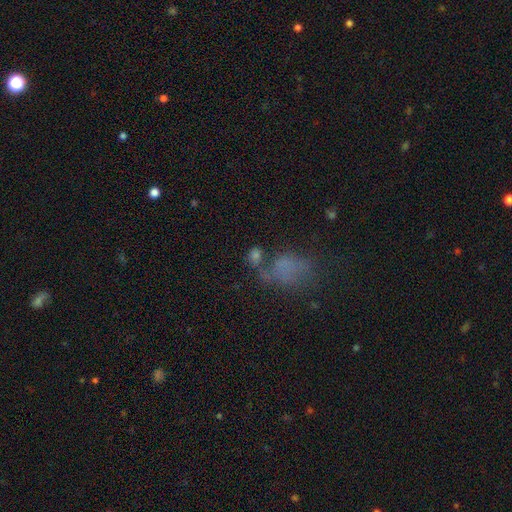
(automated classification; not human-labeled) A smooth galaxy with no disk features (57%) that is in between round and cigar-shaped (63%).

Vote fractions:
- Smooth or featured? smooth: 57% / star or artifact: 25% / featured or disk: 18%
- How rounded? in between: 63% / round: 33% / cigar-shaped: 4%
- Merging? none: 36% / merger: 33% / major disturbance: 16% / minor disturbance: 14%